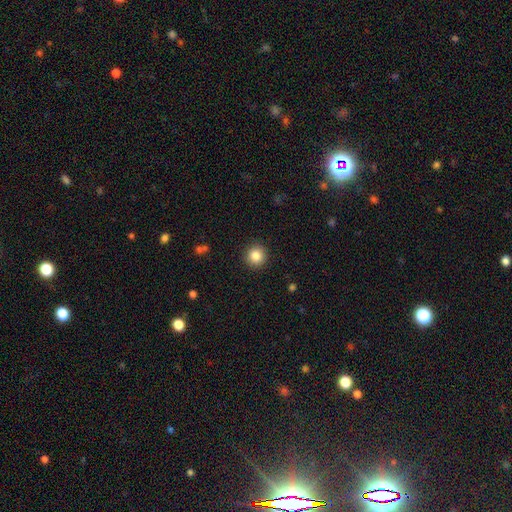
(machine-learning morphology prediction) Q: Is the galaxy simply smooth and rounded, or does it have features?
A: smooth — 85%.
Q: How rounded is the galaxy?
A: round — 95%.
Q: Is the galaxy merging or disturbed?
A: none — 92%.